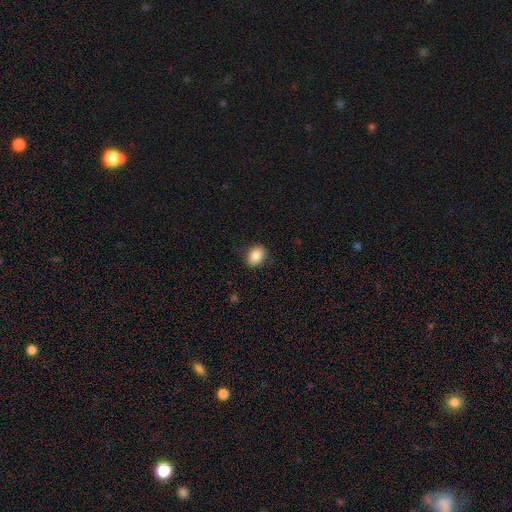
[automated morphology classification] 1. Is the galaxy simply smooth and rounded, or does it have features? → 88% smooth, 8% star or artifact, 5% featured or disk.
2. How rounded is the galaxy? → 69% in between, 30% round, 1% cigar-shaped.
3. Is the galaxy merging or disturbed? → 83% none, 13% minor disturbance, 3% major disturbance, 1% merger.